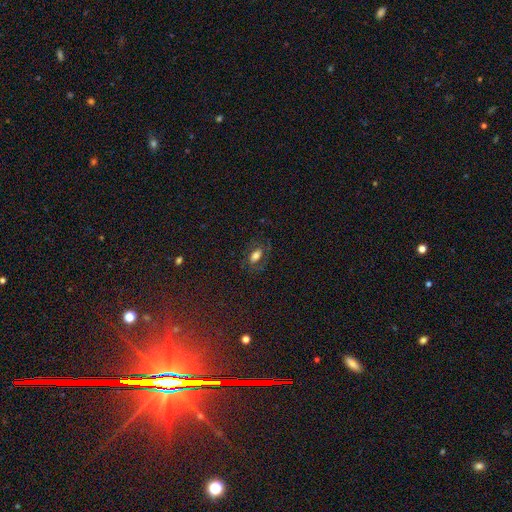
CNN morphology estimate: The model was most divided on "smooth or featured": smooth: 59%, featured or disk: 26%, star or artifact: 15%. More confident: how rounded — in between (86%); merging — none (74%).